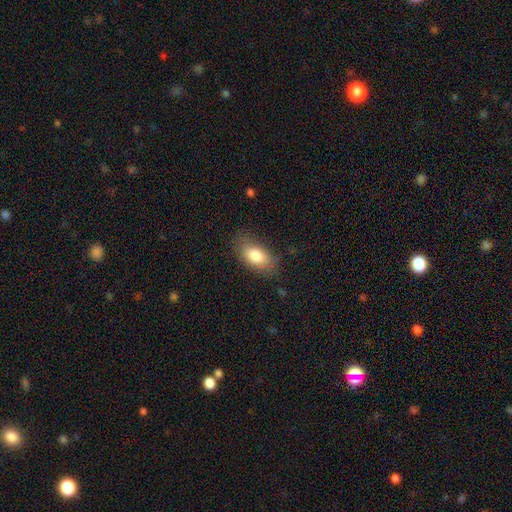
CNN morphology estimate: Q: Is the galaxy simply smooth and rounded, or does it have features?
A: smooth — 80%.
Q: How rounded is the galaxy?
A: in between — 90%.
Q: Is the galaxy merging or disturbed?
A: none — 74%.